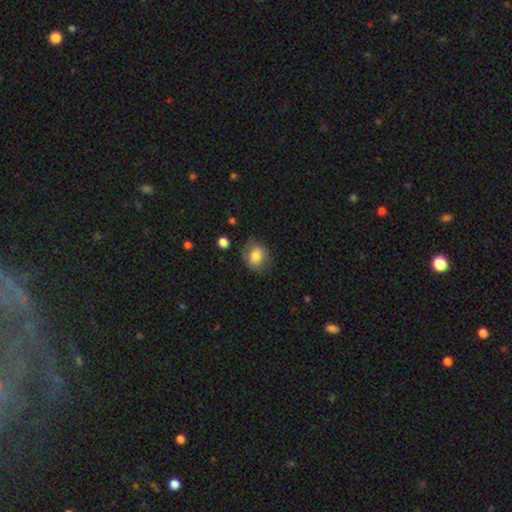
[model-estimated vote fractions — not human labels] Smooth or featured: smooth — 80% (featured or disk — 11%)
How rounded: round — 61% (in between — 38%)
Merging: none — 72% (minor disturbance — 20%)